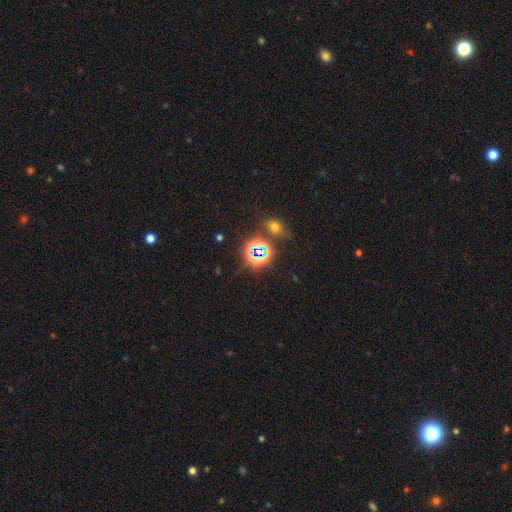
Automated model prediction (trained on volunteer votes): Smooth or featured: star or artifact — 72% (smooth — 20%)